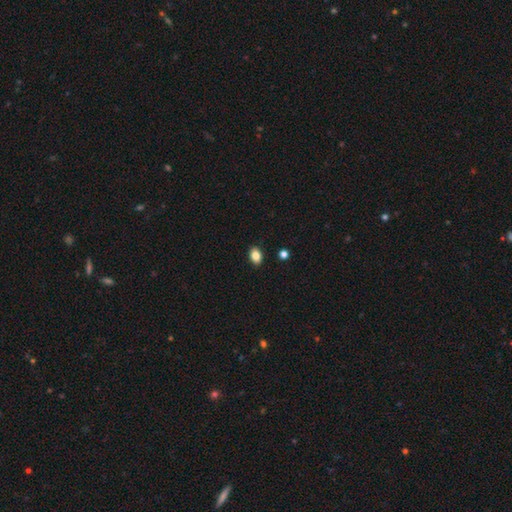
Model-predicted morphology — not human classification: Smooth or featured? smooth (85%)
How rounded? in between (81%)
Merging? none (89%)